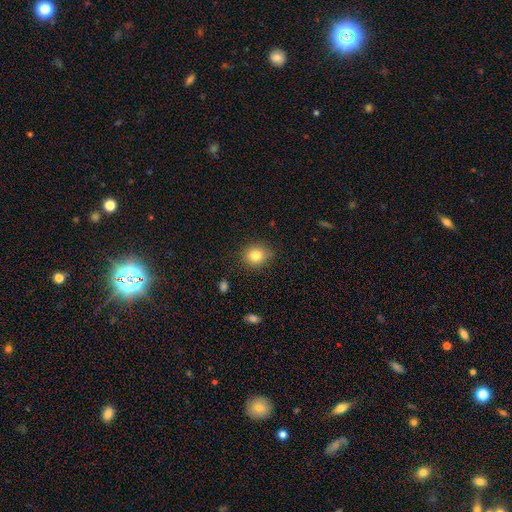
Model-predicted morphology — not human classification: Smooth or featured? smooth (83%)
How rounded? round (77%)
Merging? none (86%)